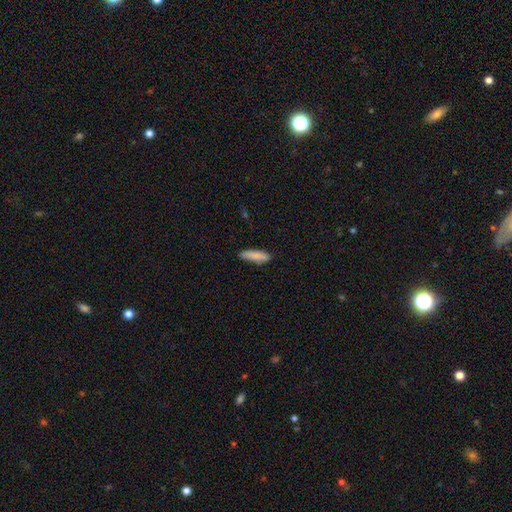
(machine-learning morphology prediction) The model was most divided on "how rounded": cigar-shaped: 63%, in between: 35%, round: 2%. More confident: smooth or featured — smooth (84%); merging — none (83%).